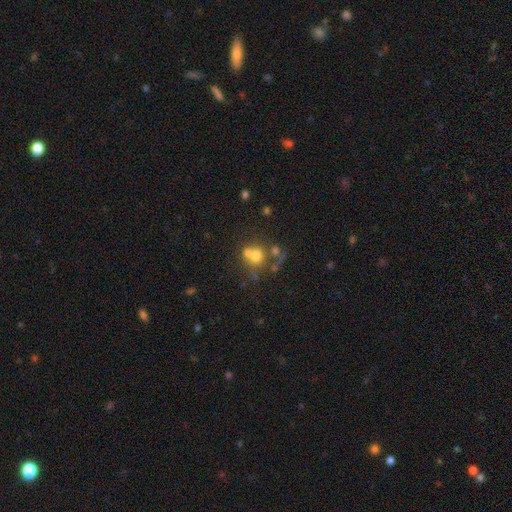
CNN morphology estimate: A smooth galaxy with no disk features (62%) that is round (82%).

Vote fractions:
- Smooth or featured? smooth: 62% / featured or disk: 22% / star or artifact: 16%
- How rounded? round: 82% / in between: 17% / cigar-shaped: 1%
- Merging? merger: 43% / none: 42% / minor disturbance: 9% / major disturbance: 7%